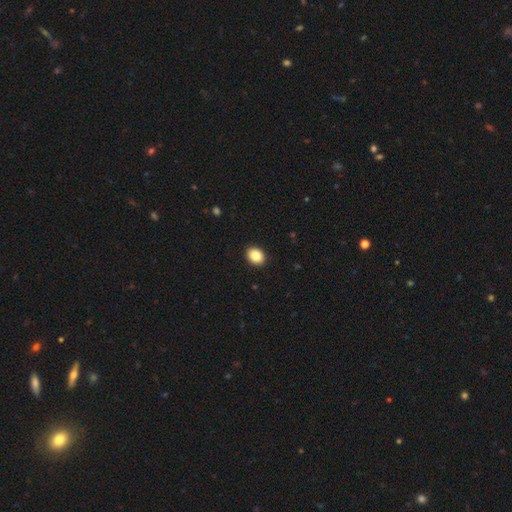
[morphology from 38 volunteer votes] Overall: smooth (87%). How rounded: in between (61%; round 39%). Merging: none (92%).